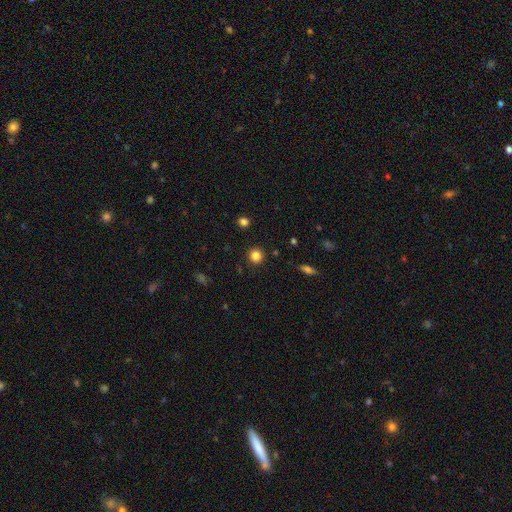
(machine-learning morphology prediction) Smooth or featured?
  - smooth: 84% *
  - star or artifact: 12%
  - featured or disk: 4%
How rounded?
  - round: 93% *
  - in between: 6%
  - cigar-shaped: 1%
Merging?
  - none: 91% *
  - minor disturbance: 6%
  - major disturbance: 2%
  - merger: 1%